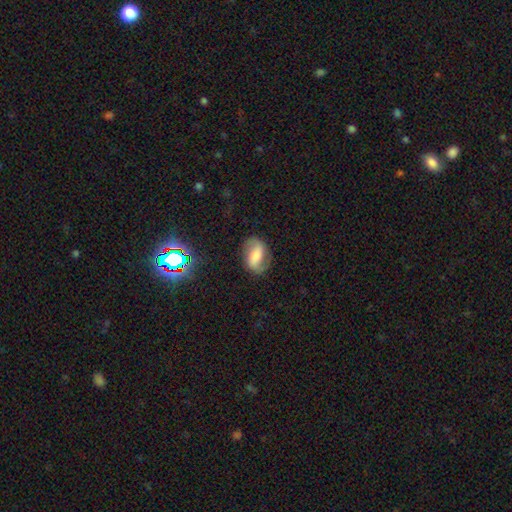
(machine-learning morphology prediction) type=featured or disk (53%); edge-on=no (95%); bar=strong (40%); spiral arms=yes (83%); bulge=moderate (34%); merging=none (73%).